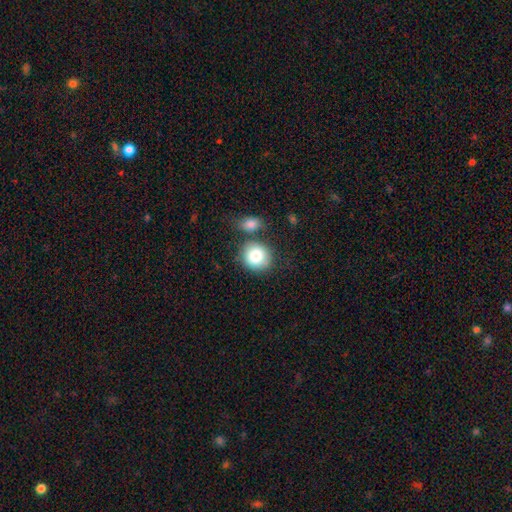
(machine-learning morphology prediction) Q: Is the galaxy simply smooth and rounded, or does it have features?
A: smooth — 84%.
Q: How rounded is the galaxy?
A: round — 87%.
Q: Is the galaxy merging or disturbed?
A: none — 67%.